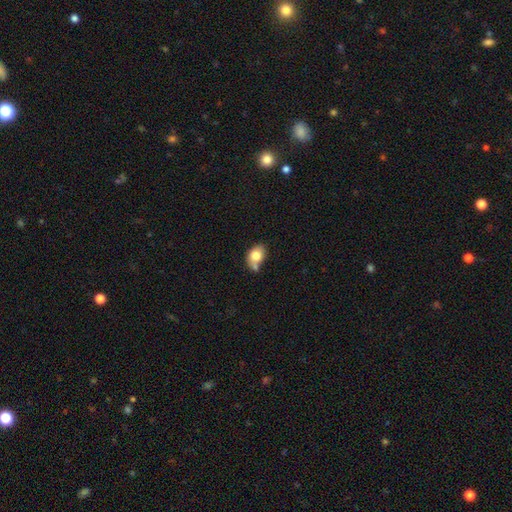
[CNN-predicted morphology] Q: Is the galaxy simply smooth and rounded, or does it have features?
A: smooth — 78%.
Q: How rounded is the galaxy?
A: in between — 69%.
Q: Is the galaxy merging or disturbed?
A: none — 42%.